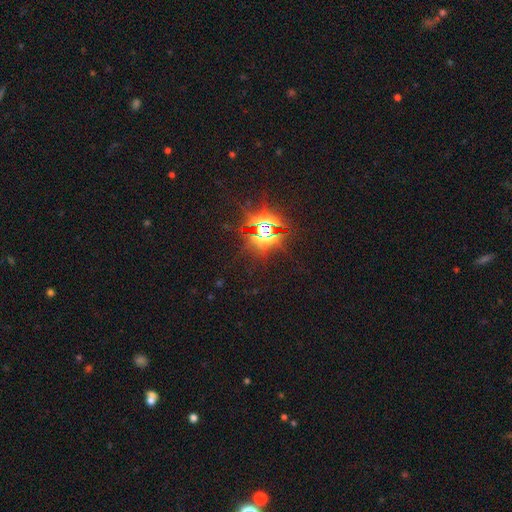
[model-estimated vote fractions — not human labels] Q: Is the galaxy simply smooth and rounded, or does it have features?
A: star or artifact — 86%.